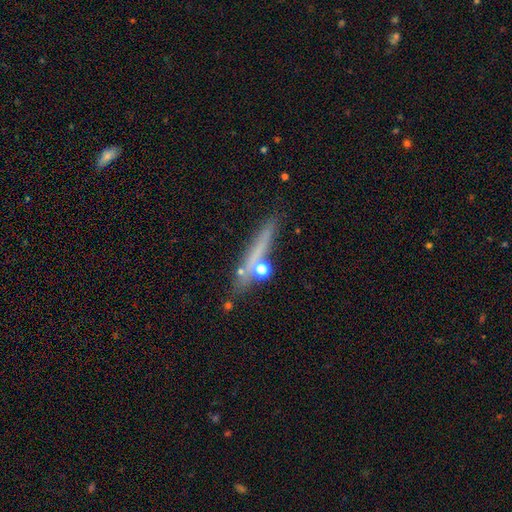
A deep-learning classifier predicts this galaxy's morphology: smooth 45%, featured or disk 40%, star or artifact 14%. Down the decision tree: merging — none (73%).